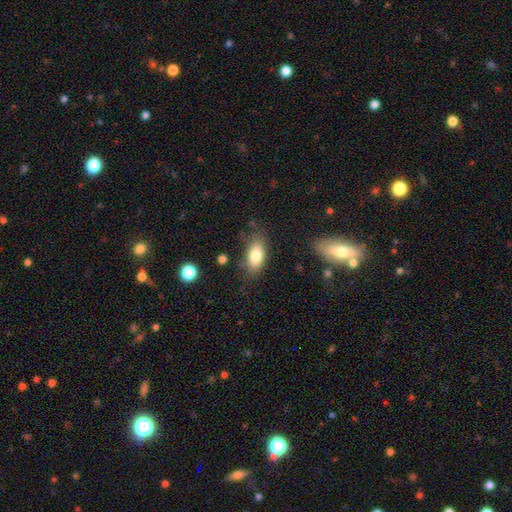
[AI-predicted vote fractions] This is clearly a smooth galaxy (81%). How rounded: clearly in between (89%). Merging: likely none (76%).